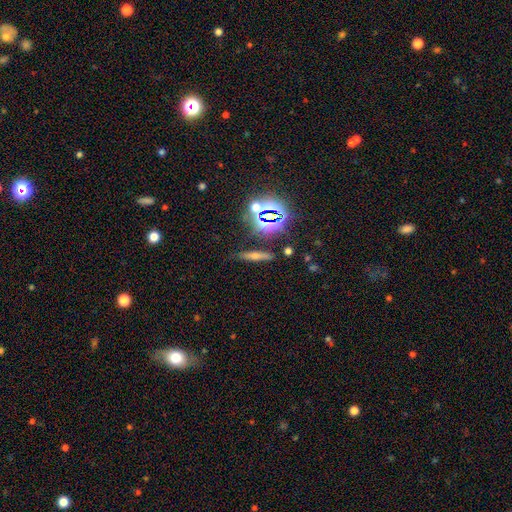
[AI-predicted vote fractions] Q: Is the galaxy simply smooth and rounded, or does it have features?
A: smooth — 45%.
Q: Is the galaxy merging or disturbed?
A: none — 84%.